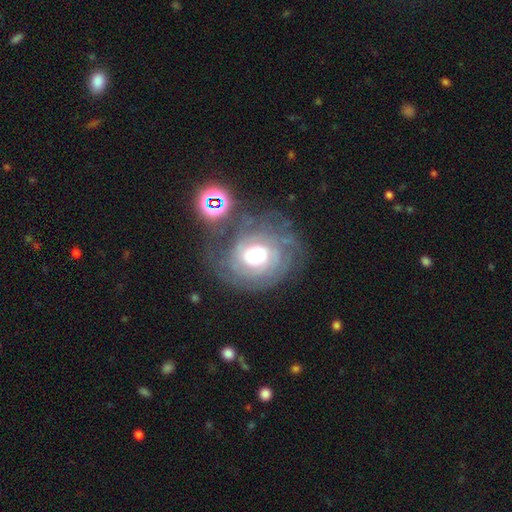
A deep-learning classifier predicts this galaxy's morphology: This appears to be a featured or disk galaxy (75%) with no bar (68%), tight (65%) spiral arms (86%) and a moderate central bulge (58%). Merging: none (54%).